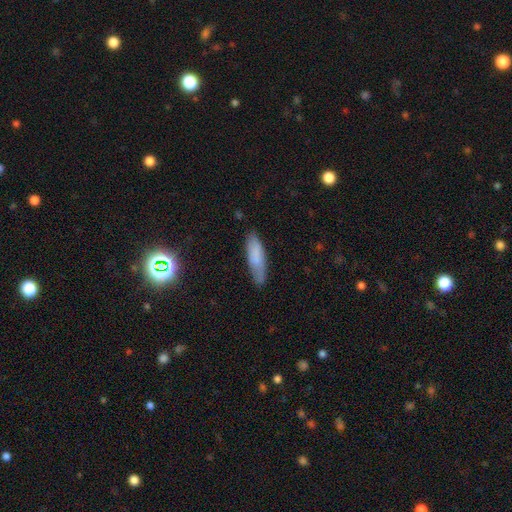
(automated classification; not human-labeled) smooth 75%, featured or disk 17%, star or artifact 8%. Down the decision tree: how rounded — cigar-shaped (62%); merging — none (75%).